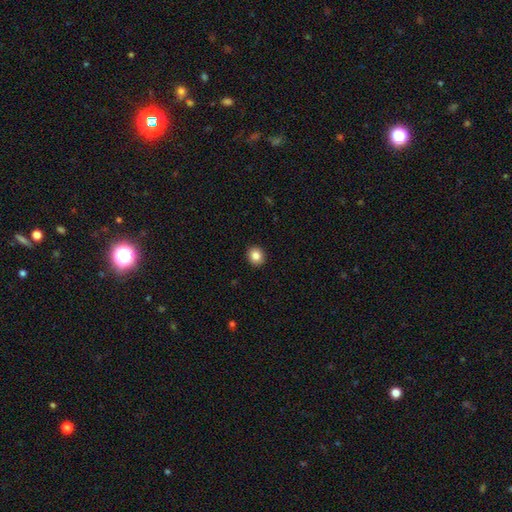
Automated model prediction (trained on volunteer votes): This appears to be a smooth galaxy with no disk features (85%) that is round (82%). Merging: none (92%).